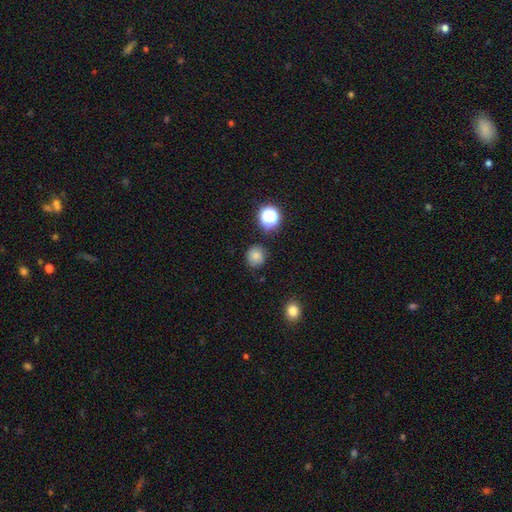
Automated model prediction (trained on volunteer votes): Smooth or featured? smooth (78%)
How rounded? round (87%)
Merging? none (82%)